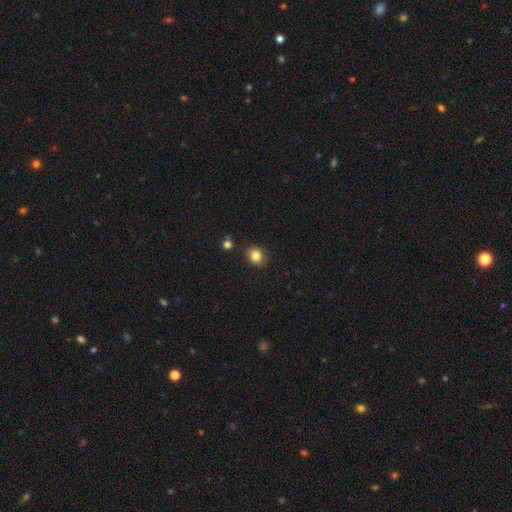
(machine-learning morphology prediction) This appears to be a smooth galaxy with no disk features (83%) that is round (77%). Merging: none (86%).